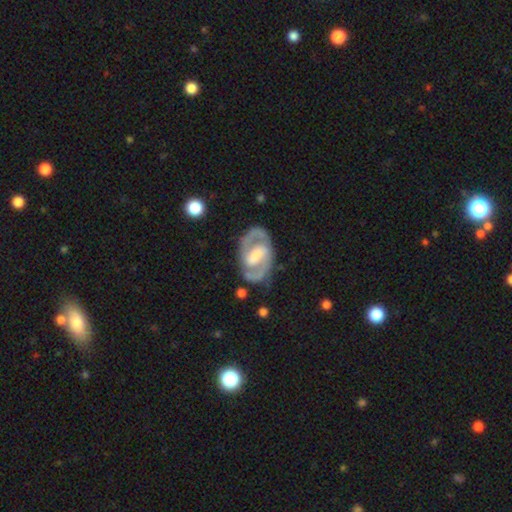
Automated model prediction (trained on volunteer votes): featured or disk 86%, smooth 10%, star or artifact 4%. Down the decision tree: edge-on disk — no (97%); bar — strong (43%); spiral arms — yes (92%); spiral arm count — 2 (91%); spiral winding — medium (52%); bulge size — moderate (45%); merging — none (81%).